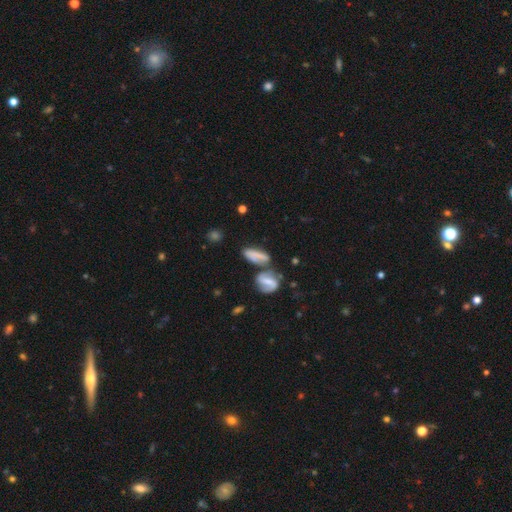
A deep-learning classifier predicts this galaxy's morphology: smooth_or_featured: smooth (p=0.60) [alt: featured or disk p=0.31]
how_rounded: in between (p=0.58) [alt: cigar-shaped p=0.36]
merging: none (p=0.40) [alt: merger p=0.35]